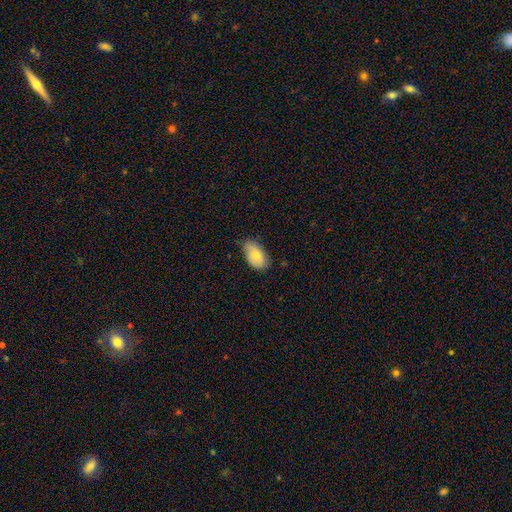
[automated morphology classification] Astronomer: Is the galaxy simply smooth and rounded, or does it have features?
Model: smooth — 78%.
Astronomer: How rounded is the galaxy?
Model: in between — 93%.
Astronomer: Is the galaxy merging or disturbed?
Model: none — 64%.